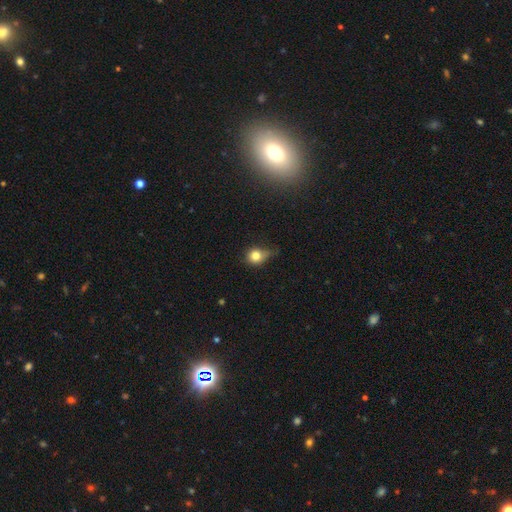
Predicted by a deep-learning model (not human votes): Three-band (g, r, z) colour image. It shows a smooth galaxy with no disk features (77%) that is round (71%). Merging: minor disturbance (41%).